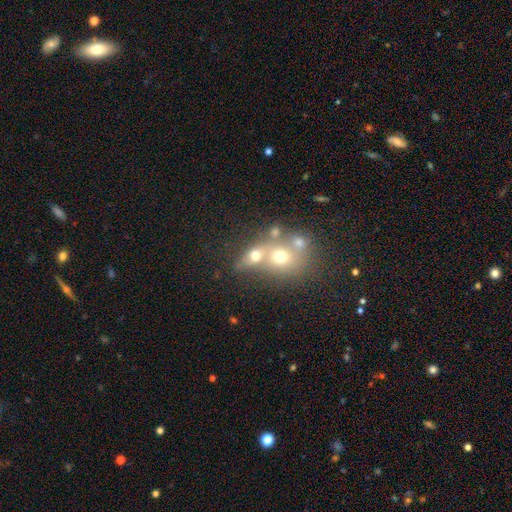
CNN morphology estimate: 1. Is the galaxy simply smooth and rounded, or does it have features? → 62% smooth, 22% featured or disk, 16% star or artifact.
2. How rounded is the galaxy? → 57% round, 39% in between, 3% cigar-shaped.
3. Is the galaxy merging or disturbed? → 54% merger, 31% none, 9% minor disturbance, 6% major disturbance.